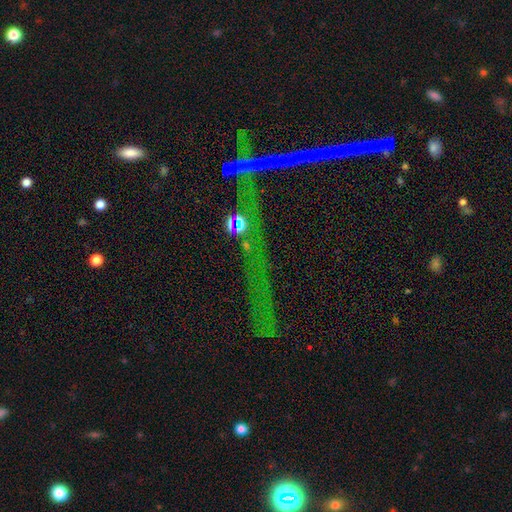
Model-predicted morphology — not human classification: type=star or artifact (77%).